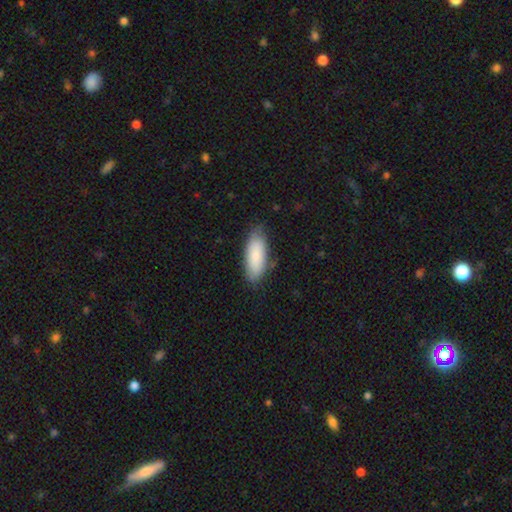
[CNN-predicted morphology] smooth-or-featured: smooth: 83% | featured or disk: 11% | star or artifact: 6%
  how-rounded: in between: 80% | cigar-shaped: 18% | round: 2%
  merging: none: 75% | minor disturbance: 20% | major disturbance: 3% | merger: 1%